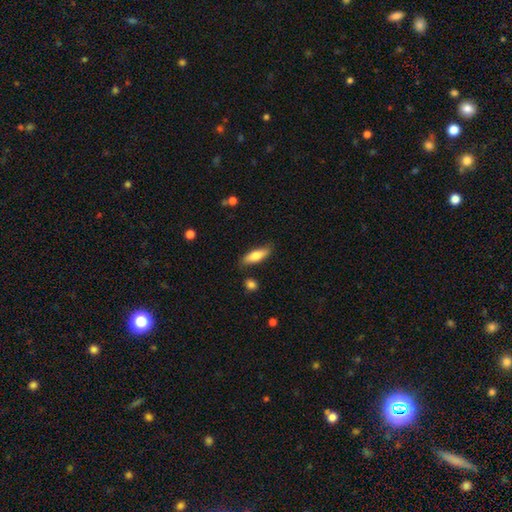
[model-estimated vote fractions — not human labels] Smooth or featured?
  - smooth: 72% *
  - featured or disk: 22%
  - star or artifact: 6%
How rounded?
  - in between: 53% *
  - cigar-shaped: 45%
  - round: 2%
Merging?
  - none: 81% *
  - minor disturbance: 14%
  - major disturbance: 3%
  - merger: 2%